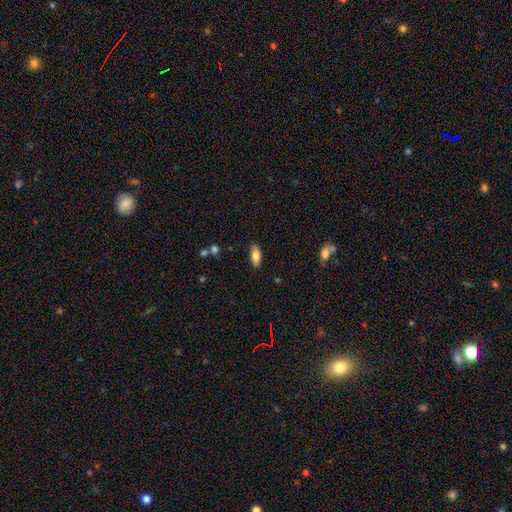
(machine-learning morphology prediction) smooth_or_featured: smooth (p=0.82) [alt: featured or disk p=0.11]
how_rounded: in between (p=0.83) [alt: cigar-shaped p=0.15]
merging: none (p=0.84) [alt: minor disturbance p=0.12]